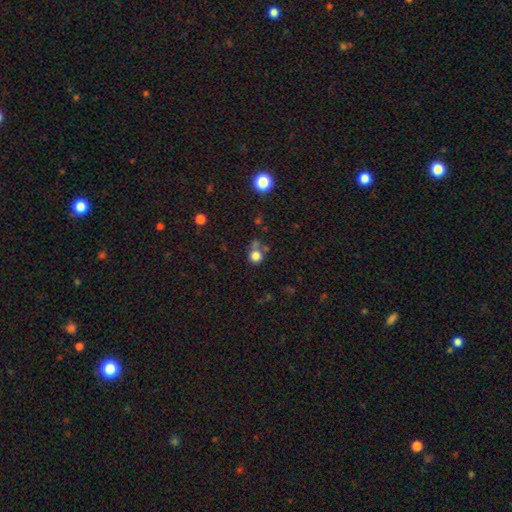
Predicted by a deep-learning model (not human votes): Smooth or featured? smooth (78%)
How rounded? round (87%)
Merging? none (57%)